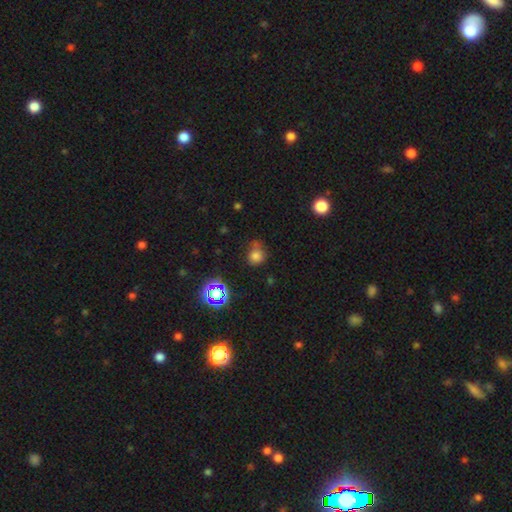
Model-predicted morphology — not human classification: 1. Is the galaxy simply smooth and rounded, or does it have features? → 71% smooth, 22% star or artifact, 8% featured or disk.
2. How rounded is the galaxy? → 79% round, 20% in between, 1% cigar-shaped.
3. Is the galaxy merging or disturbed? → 58% none, 24% minor disturbance, 11% merger, 8% major disturbance.